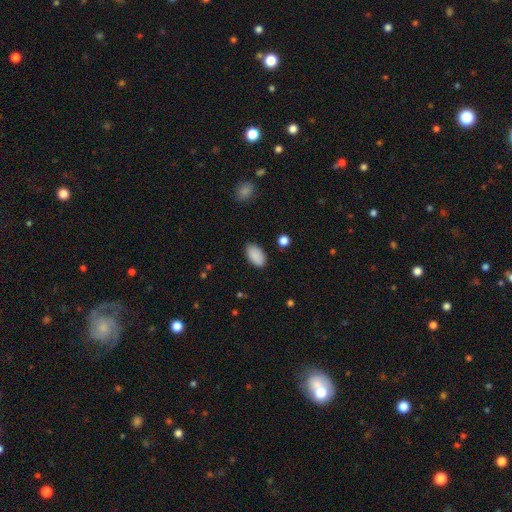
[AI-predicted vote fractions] Morphology: type=smooth (90%); roundness=in between (95%); merging=none (87%).